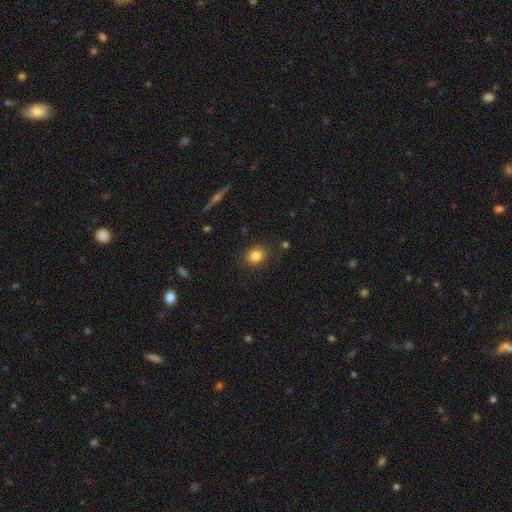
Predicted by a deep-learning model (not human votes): Morphology: type=smooth (83%); roundness=round (54%); merging=none (87%).